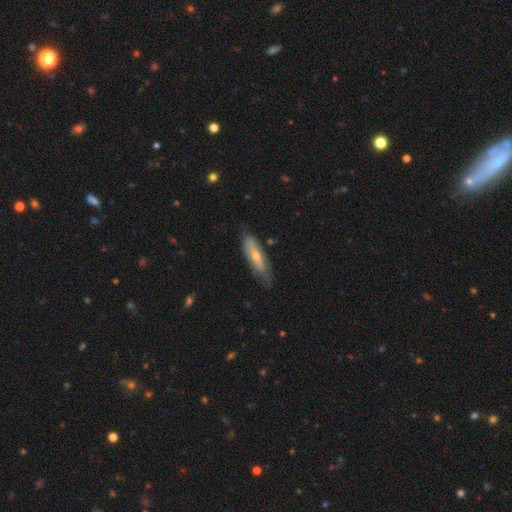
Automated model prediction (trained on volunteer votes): smooth_or_featured: featured or disk (p=0.51) [alt: smooth p=0.42]
disk_edge_on: no (p=0.50) [tied with: yes p=0.50]
merging: none (p=0.71) [alt: minor disturbance p=0.22]